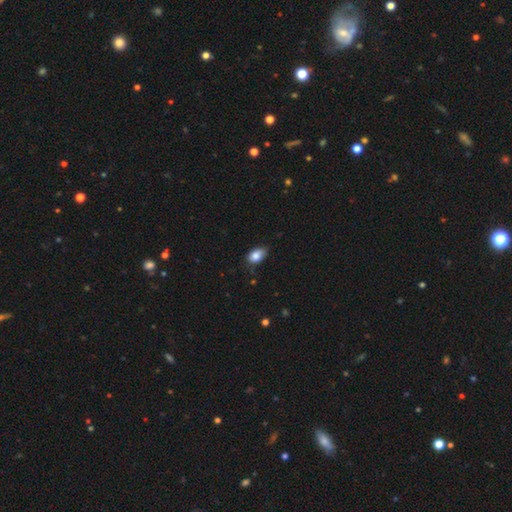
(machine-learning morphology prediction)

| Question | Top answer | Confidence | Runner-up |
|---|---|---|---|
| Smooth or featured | smooth | 85% | star or artifact (8%) |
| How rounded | in between | 88% | round (10%) |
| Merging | none | 64% | minor disturbance (30%) |